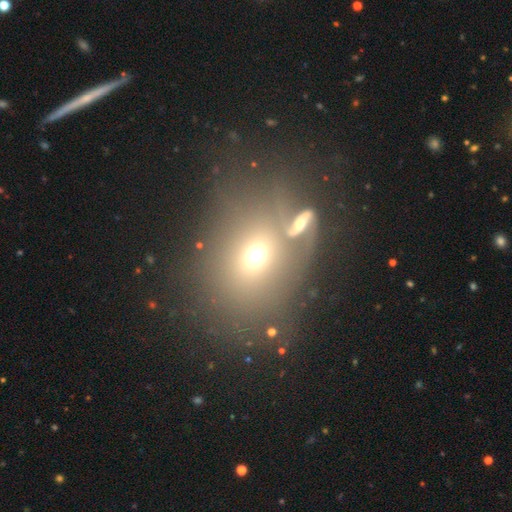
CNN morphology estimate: The model was most divided on "how rounded": round: 50%, in between: 48%, cigar-shaped: 2%. More confident: smooth or featured — smooth (58%); merging — none (54%).